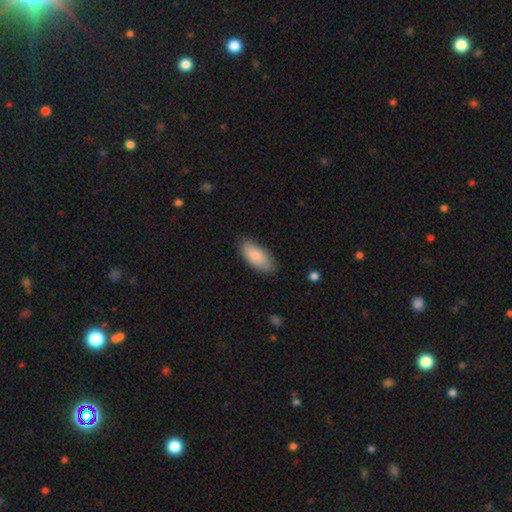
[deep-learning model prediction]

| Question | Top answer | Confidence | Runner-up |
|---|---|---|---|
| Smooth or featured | smooth | 86% | featured or disk (8%) |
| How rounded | in between | 85% | cigar-shaped (13%) |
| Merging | none | 84% | minor disturbance (13%) |